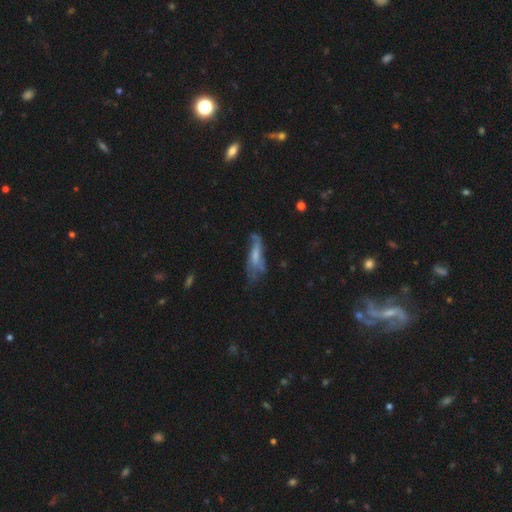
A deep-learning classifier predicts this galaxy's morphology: type=featured or disk (46%); merging=none (36%).